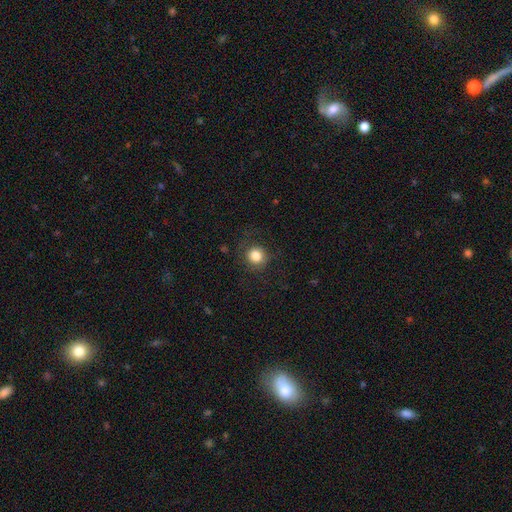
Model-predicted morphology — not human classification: Q: Smooth or featured?
A: smooth (83%); runner-up: star or artifact (11%)
Q: How rounded?
A: round (91%); runner-up: in between (8%)
Q: Merging?
A: none (84%); runner-up: minor disturbance (10%)